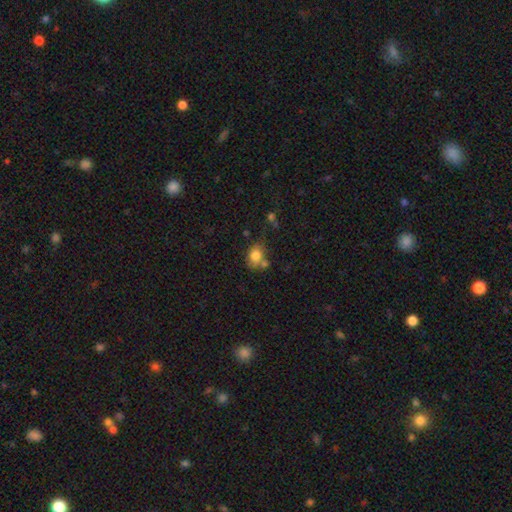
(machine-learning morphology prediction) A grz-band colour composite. It shows a smooth galaxy with no disk features (80%) that is in between round and cigar-shaped (61%). Merging: none (51%).